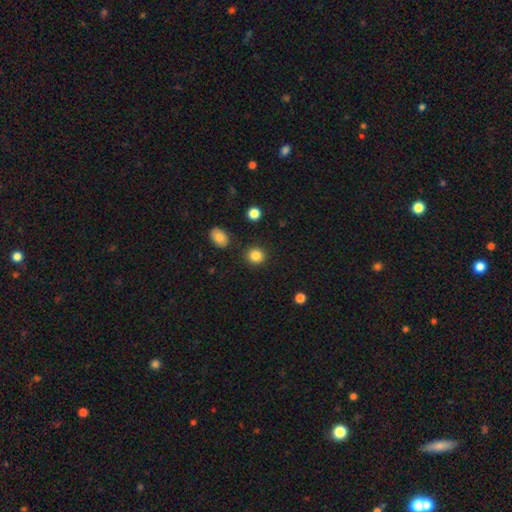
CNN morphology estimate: smooth-or-featured: smooth: 85% | star or artifact: 10% | featured or disk: 5%
  how-rounded: round: 88% | in between: 11% | cigar-shaped: 1%
  merging: none: 89% | minor disturbance: 6% | merger: 2% | major disturbance: 2%